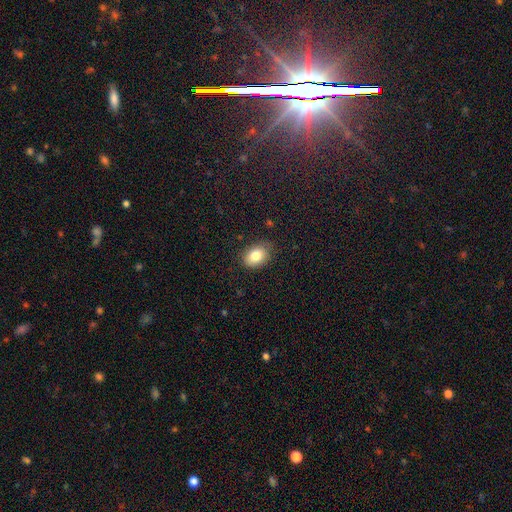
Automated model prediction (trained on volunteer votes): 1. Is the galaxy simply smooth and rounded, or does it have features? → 82% smooth, 10% featured or disk, 8% star or artifact.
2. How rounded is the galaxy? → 80% in between, 19% round, 1% cigar-shaped.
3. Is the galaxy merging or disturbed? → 82% none, 14% minor disturbance, 3% major disturbance, 1% merger.